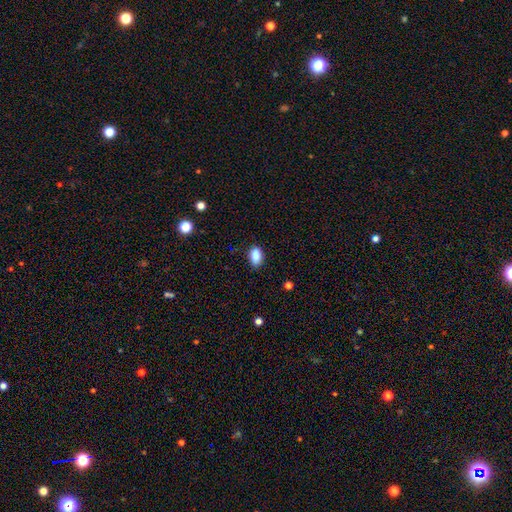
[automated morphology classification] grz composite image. It shows a smooth galaxy with no disk features (88%) that is in between round and cigar-shaped (90%). Merging: none (84%).